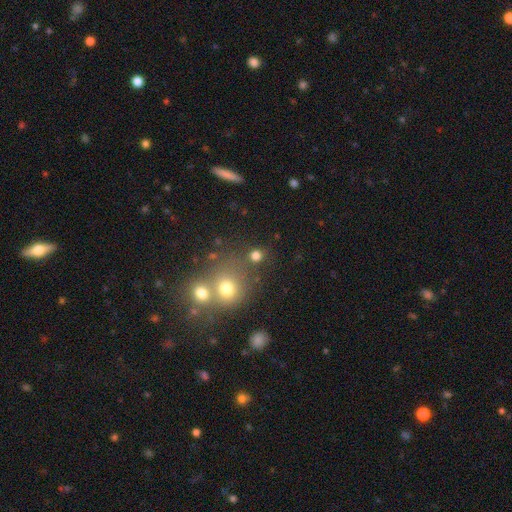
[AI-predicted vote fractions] This appears to be a smooth galaxy with no disk features (76%) that is round (83%). Merging: none (68%).